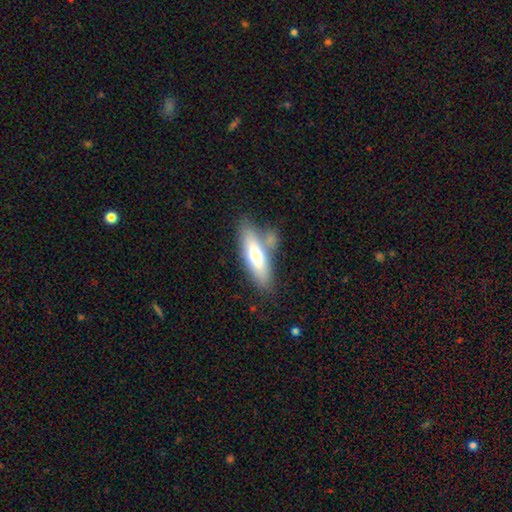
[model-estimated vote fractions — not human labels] Overall: smooth (61%; featured or disk 33%). How rounded: cigar-shaped (50%; in between 47%). Merging: none (63%).